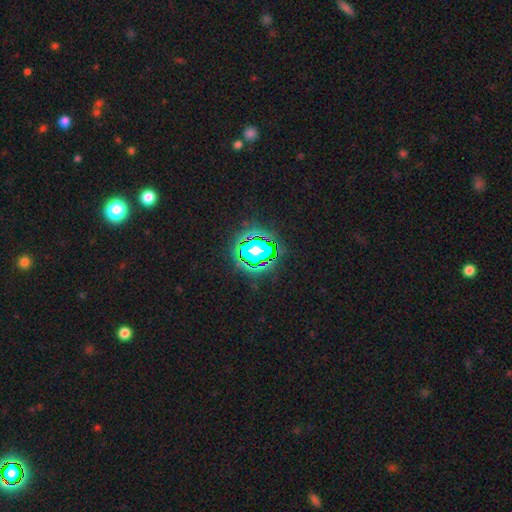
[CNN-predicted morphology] A star or artifact, not a galaxy (80%).